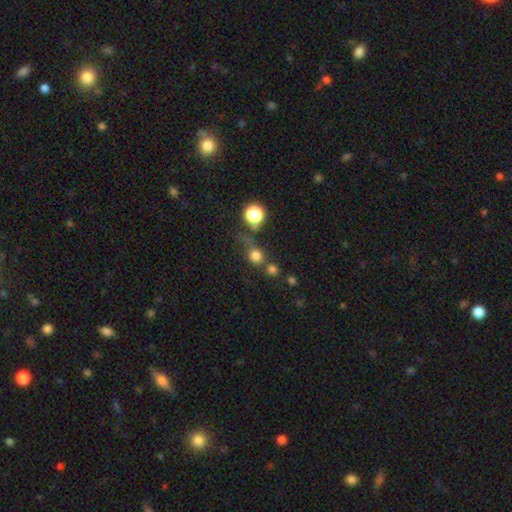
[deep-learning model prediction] Smooth or featured: smooth — 75% (star or artifact — 17%)
How rounded: round — 87% (in between — 12%)
Merging: none — 51% (merger — 25%)